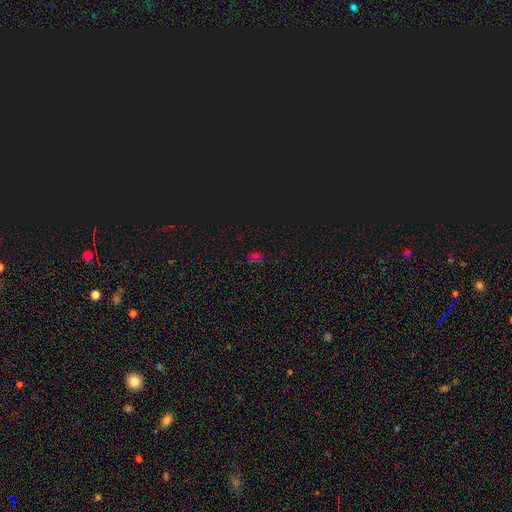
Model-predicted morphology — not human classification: A star or artifact, not a galaxy (49%).

Vote fractions:
- Smooth or featured? star or artifact: 49% / smooth: 44% / featured or disk: 7%